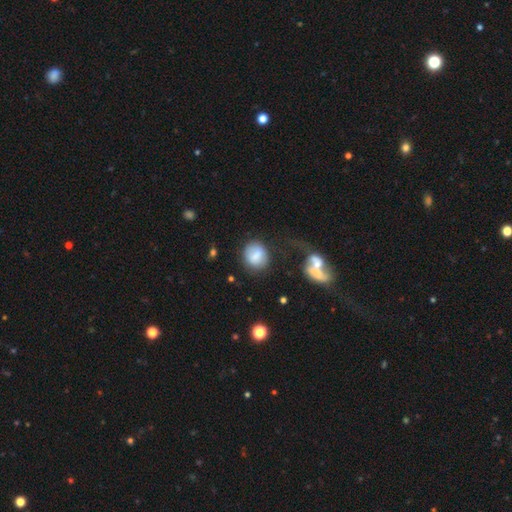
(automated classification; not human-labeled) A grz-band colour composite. It shows a smooth galaxy with no disk features (74%) that is round (65%). Merging: none (67%).